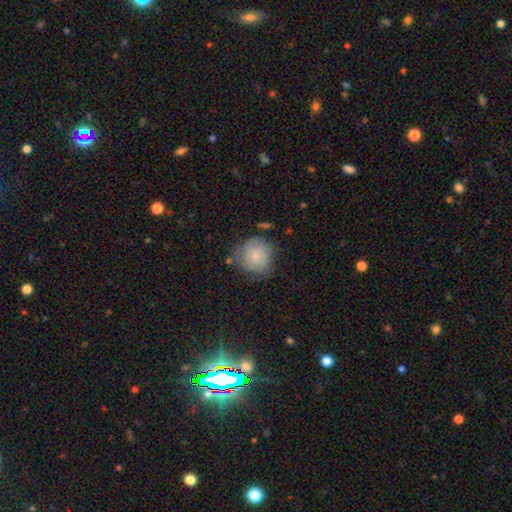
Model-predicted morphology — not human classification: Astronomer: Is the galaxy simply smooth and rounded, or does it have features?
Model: smooth — 73%.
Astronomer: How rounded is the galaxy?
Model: round — 89%.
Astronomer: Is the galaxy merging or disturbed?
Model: none — 62%.